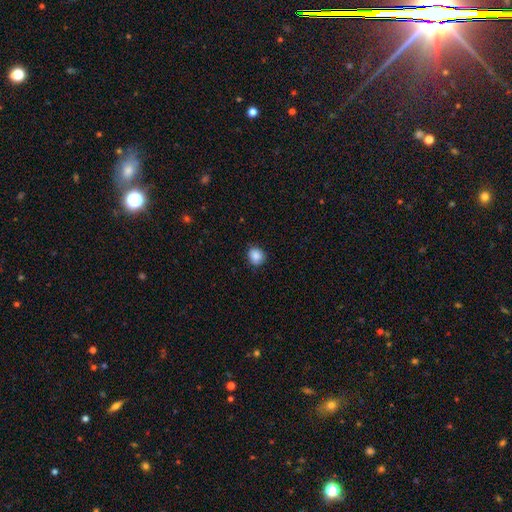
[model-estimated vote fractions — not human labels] smooth 87%, star or artifact 9%, featured or disk 4%. Down the decision tree: how rounded — round (80%); merging — none (85%).